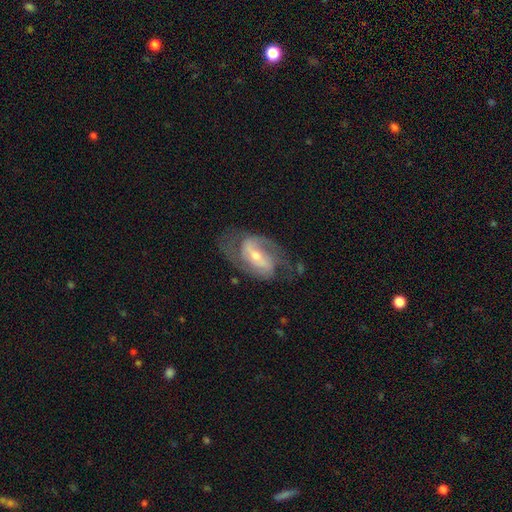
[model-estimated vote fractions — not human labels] smooth_or_featured: featured or disk (p=0.86) [alt: smooth p=0.09]
disk_edge_on: no (p=0.96) [alt: yes p=0.04]
bar: strong (p=0.46) [alt: weak p=0.37]
has_spiral_arms: yes (p=0.93) [alt: no p=0.07]
spiral_winding: medium (p=0.52) [alt: tight p=0.27]
spiral_arm_count: 2 (p=0.83) [alt: can't tell p=0.07]
bulge_size: small (p=0.53) [alt: moderate p=0.42]
merging: none (p=0.65) [alt: minor disturbance p=0.19]